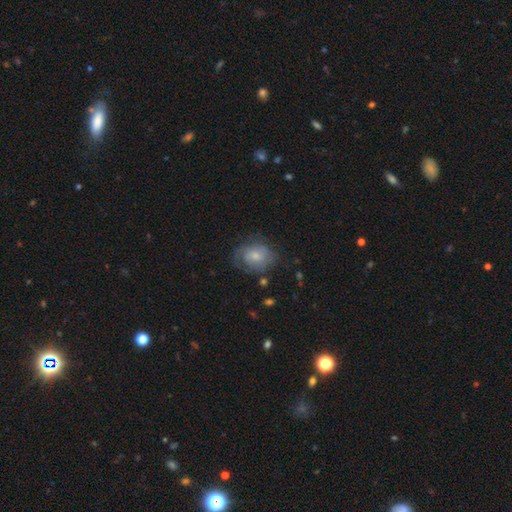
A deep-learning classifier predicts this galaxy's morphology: Q: Smooth or featured?
A: smooth (53%); runner-up: featured or disk (39%)
Q: How rounded?
A: round (52%); runner-up: in between (47%)
Q: Merging?
A: none (56%); runner-up: minor disturbance (27%)